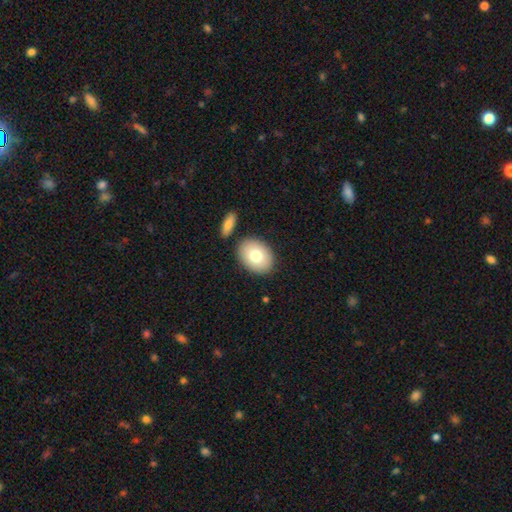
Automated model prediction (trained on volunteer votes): A smooth galaxy with no disk features (77%) that is in between round and cigar-shaped (71%).

Vote fractions:
- Smooth or featured? smooth: 77% / featured or disk: 16% / star or artifact: 7%
- How rounded? in between: 71% / round: 28% / cigar-shaped: 1%
- Merging? none: 84% / minor disturbance: 8% / merger: 6% / major disturbance: 2%